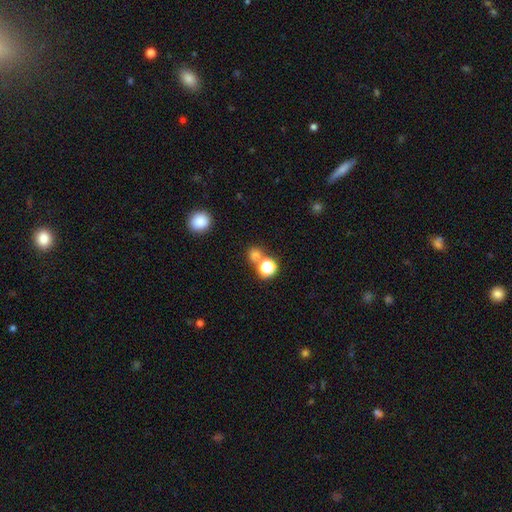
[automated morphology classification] Smooth or featured: smooth — 72% (star or artifact — 22%)
How rounded: round — 87% (in between — 11%)
Merging: none — 64% (merger — 26%)